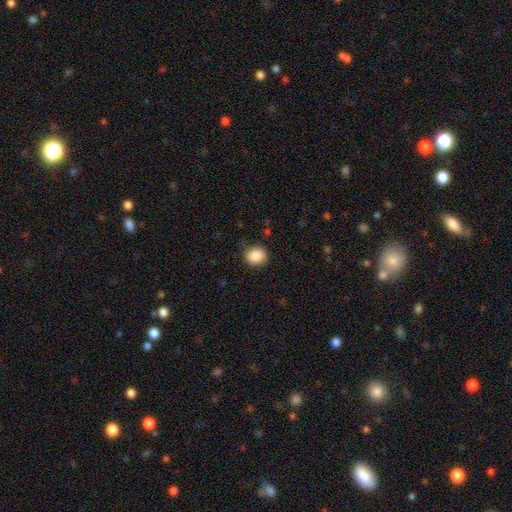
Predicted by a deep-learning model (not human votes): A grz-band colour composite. It shows a smooth galaxy with no disk features (88%) that is round (71%). Merging: none (85%).